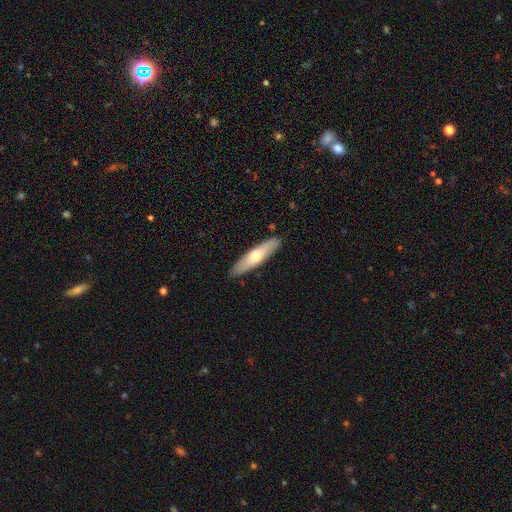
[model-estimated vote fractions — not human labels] A smooth galaxy with no disk features (56%) that is cigar-shaped (73%).

Vote fractions:
- Smooth or featured? smooth: 56% / featured or disk: 39% / star or artifact: 5%
- How rounded? cigar-shaped: 73% / in between: 25% / round: 2%
- Merging? none: 90% / minor disturbance: 8% / major disturbance: 2% / merger: 1%